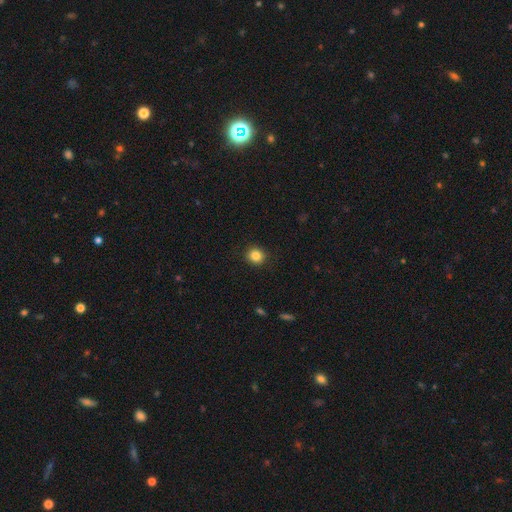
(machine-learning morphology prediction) Smooth or featured: smooth — 85% (star or artifact — 11%)
How rounded: round — 88% (in between — 11%)
Merging: none — 91% (minor disturbance — 6%)